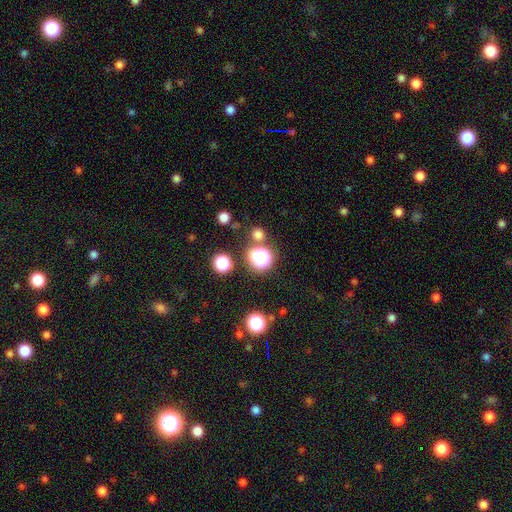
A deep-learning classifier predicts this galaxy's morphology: Smooth or featured? Predicted: smooth (p=0.55). How rounded? Predicted: round (p=0.87). Merging? Predicted: none (p=0.71).